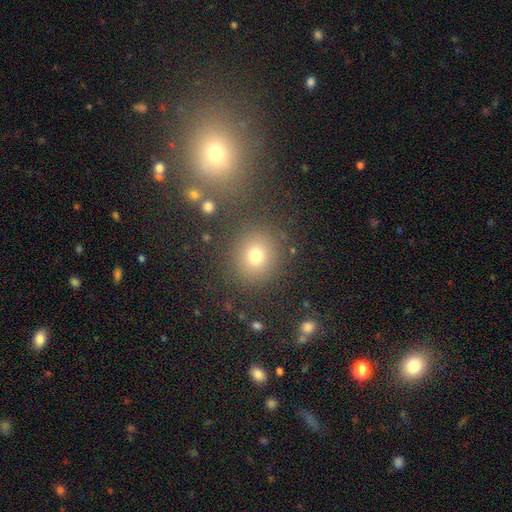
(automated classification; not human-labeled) smooth-or-featured: smooth: 73% | star or artifact: 18% | featured or disk: 9%
  how-rounded: round: 84% | in between: 15% | cigar-shaped: 1%
  merging: none: 82% | minor disturbance: 9% | merger: 5% | major disturbance: 4%